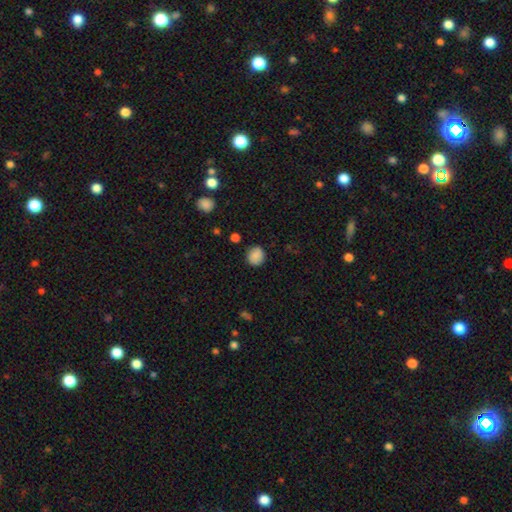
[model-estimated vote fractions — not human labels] A smooth galaxy with no disk features (86%) that is round (83%). Merging: none (85%).